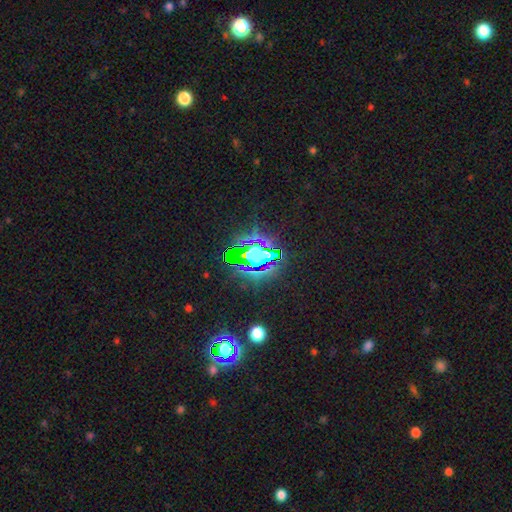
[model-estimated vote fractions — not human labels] smooth-or-featured: star or artifact: 65% | smooth: 20% | featured or disk: 15%